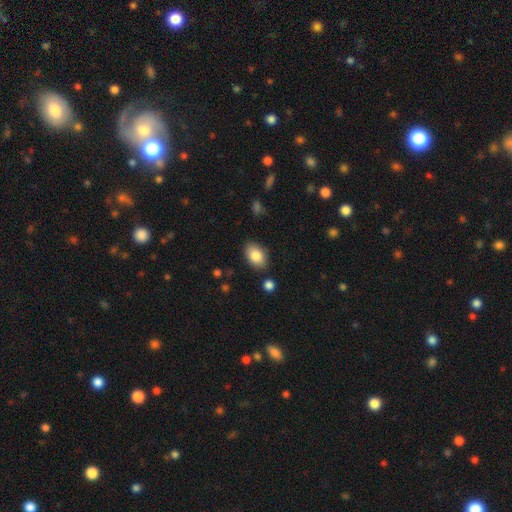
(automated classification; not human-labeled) smooth_or_featured: smooth (p=0.85) [alt: featured or disk p=0.08]
how_rounded: in between (p=0.88) [alt: round p=0.11]
merging: none (p=0.85) [alt: minor disturbance p=0.10]